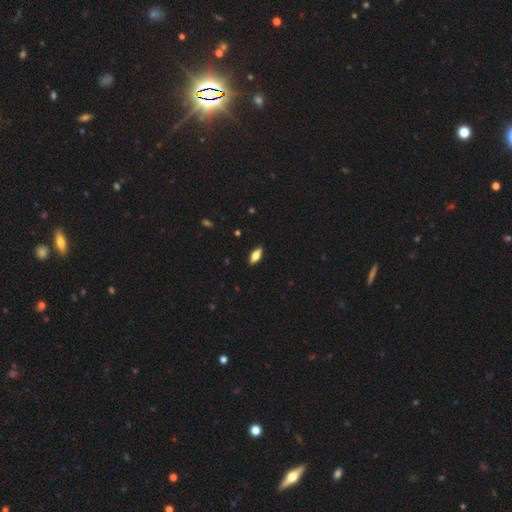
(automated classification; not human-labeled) Overall: smooth (68%). How rounded: in between (80%). Merging: none (89%).